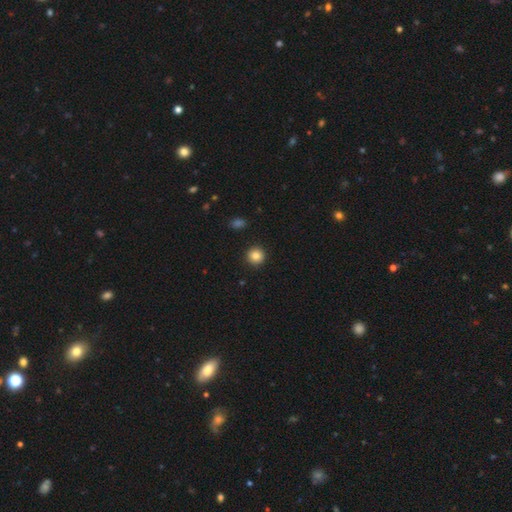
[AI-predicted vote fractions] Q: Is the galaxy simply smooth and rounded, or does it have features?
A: smooth — 84%.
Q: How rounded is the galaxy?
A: round — 93%.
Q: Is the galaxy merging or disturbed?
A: none — 92%.